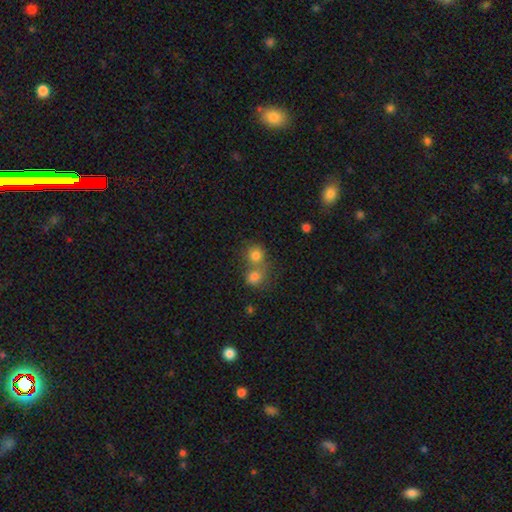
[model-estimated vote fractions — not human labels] smooth_or_featured: smooth (p=0.79) [alt: star or artifact p=0.12]
how_rounded: round (p=0.83) [alt: in between p=0.16]
merging: merger (p=0.51) [alt: none p=0.40]